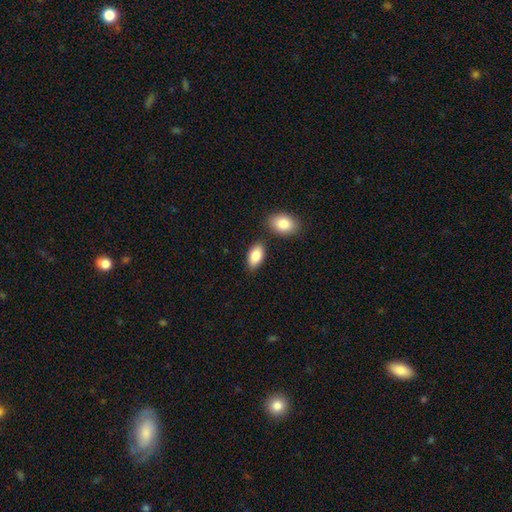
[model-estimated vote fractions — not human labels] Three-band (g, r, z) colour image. It shows a smooth galaxy with no disk features (86%) that is in between round and cigar-shaped (94%). Merging: none (77%).